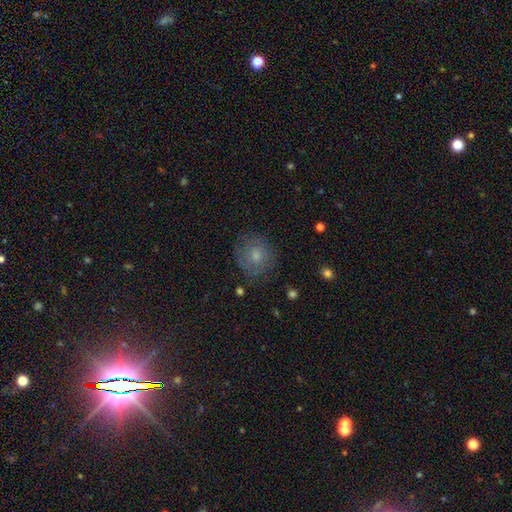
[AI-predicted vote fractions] A smooth galaxy with no disk features (56%) that is round (81%). Merging: none (75%).